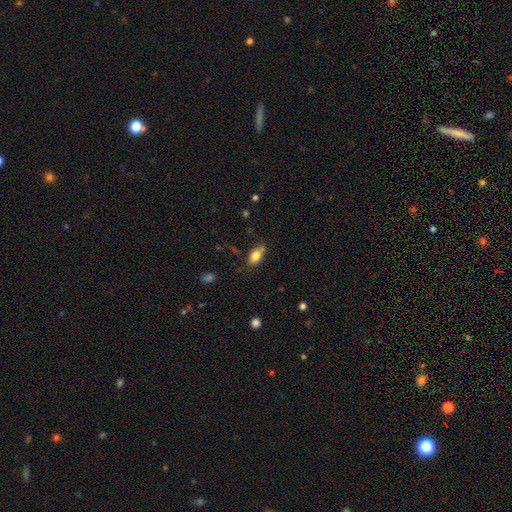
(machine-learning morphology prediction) A smooth galaxy with no disk features (80%) that is in between round and cigar-shaped (88%). Merging: none (70%).